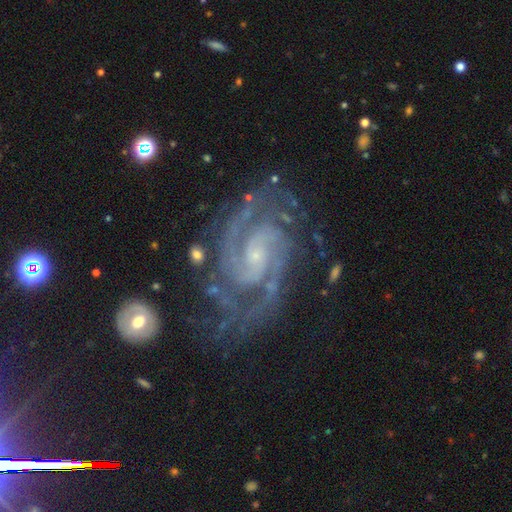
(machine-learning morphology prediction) Smooth or featured? Predicted: featured or disk (p=0.92). Edge-on disk? Predicted: no (p=0.98). Bar? Predicted: no (p=0.51). Spiral arms? Predicted: yes (p=0.99). Spiral winding? Predicted: tight (p=0.51). Spiral arm count? Predicted: 2 (p=0.76). Bulge size? Predicted: small (p=0.76). Merging? Predicted: none (p=0.68).